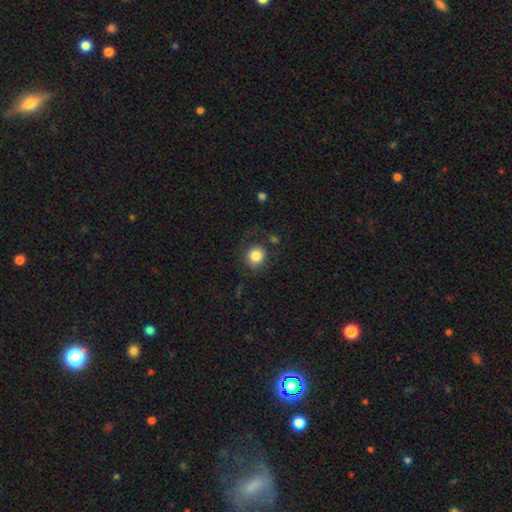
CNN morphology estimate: This is clearly a smooth galaxy (83%). How rounded: clearly round (88%). Merging: clearly none (82%).